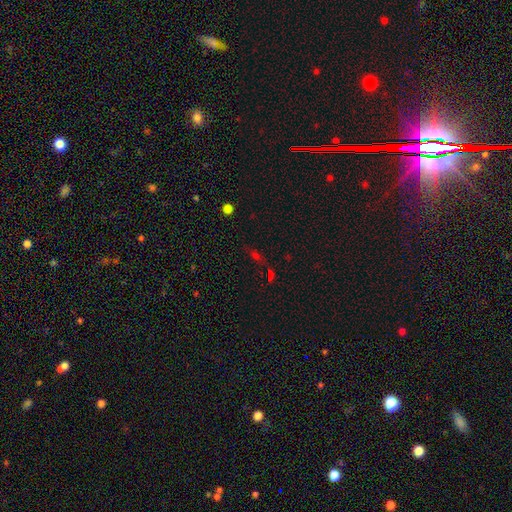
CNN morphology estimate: A star or artifact, not a galaxy (46%).